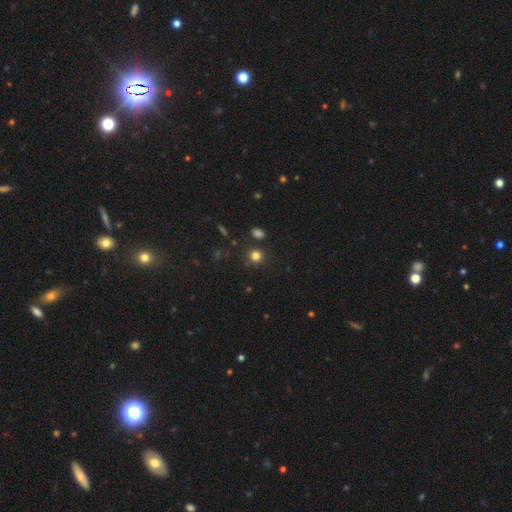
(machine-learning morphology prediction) A smooth galaxy with no disk features (80%) that is round (88%). Merging: none (83%).